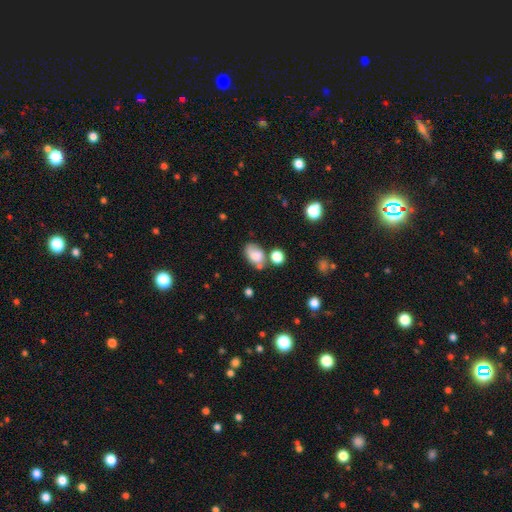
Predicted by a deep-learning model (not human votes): This is likely a smooth galaxy (71%). How rounded: clearly in between (81%). Merging: possibly none (46%).